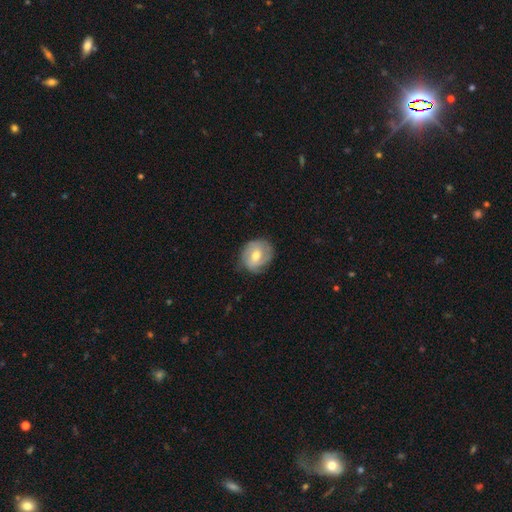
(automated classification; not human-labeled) smooth_or_featured: featured or disk (p=0.55) [alt: smooth p=0.38]
disk_edge_on: no (p=0.97) [alt: yes p=0.03]
bar: no (p=0.47) [alt: weak p=0.42]
has_spiral_arms: yes (p=0.78) [alt: no p=0.22]
bulge_size: moderate (p=0.74) [alt: small p=0.17]
merging: none (p=0.69) [alt: minor disturbance p=0.23]